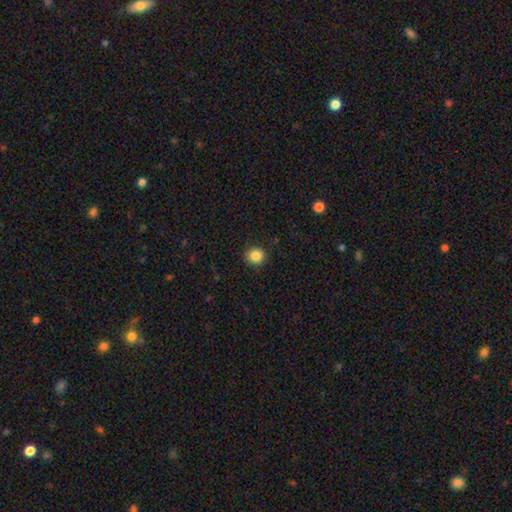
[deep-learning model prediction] Smooth or featured? Predicted: smooth (p=0.86). How rounded? Predicted: round (p=0.91). Merging? Predicted: none (p=0.91).